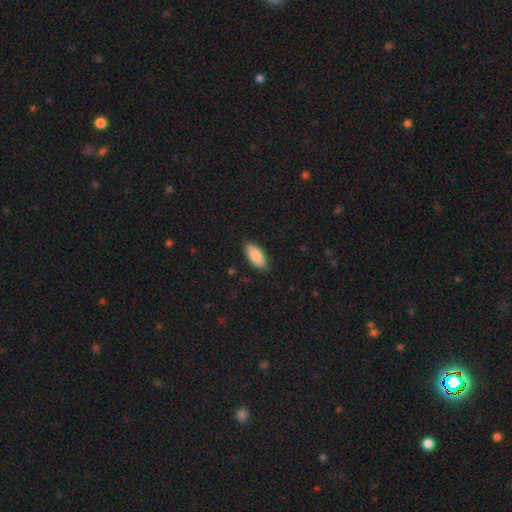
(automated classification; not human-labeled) This is clearly a smooth galaxy (85%). How rounded: clearly in between (89%). Merging: clearly none (85%).